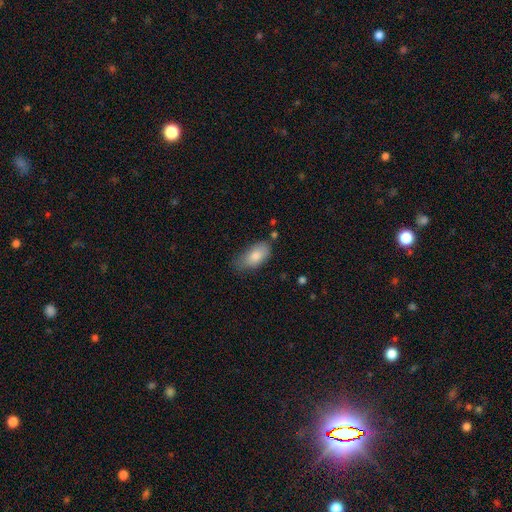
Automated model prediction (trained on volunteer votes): smooth_or_featured: smooth (p=0.82) [alt: featured or disk p=0.11]
how_rounded: in between (p=0.91) [alt: cigar-shaped p=0.06]
merging: none (p=0.59) [alt: minor disturbance p=0.31]